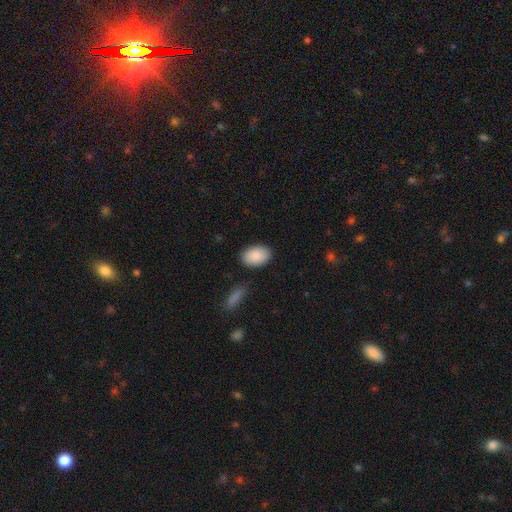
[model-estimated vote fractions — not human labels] This is clearly a smooth galaxy (90%). How rounded: clearly in between (90%). Merging: clearly none (85%).